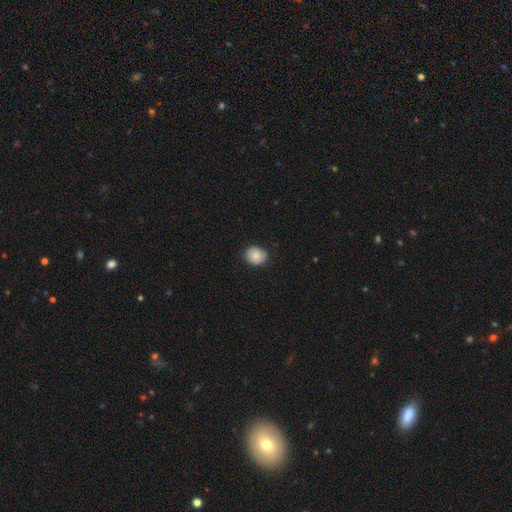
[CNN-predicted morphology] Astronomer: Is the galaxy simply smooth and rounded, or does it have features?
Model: smooth — 78%.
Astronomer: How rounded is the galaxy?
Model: round — 70%.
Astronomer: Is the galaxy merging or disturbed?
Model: none — 83%.